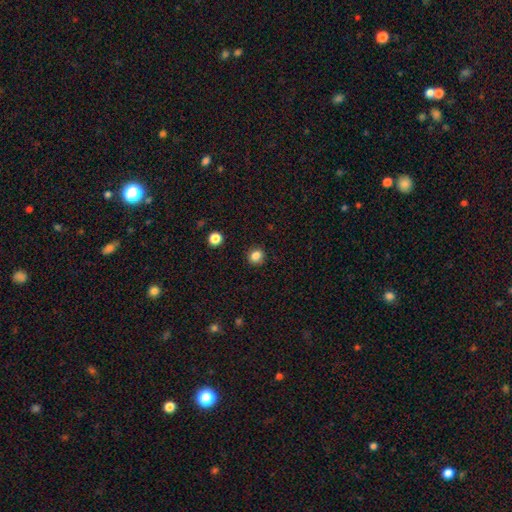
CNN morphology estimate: A smooth galaxy with no disk features (84%) that is round (71%). Merging: none (89%).